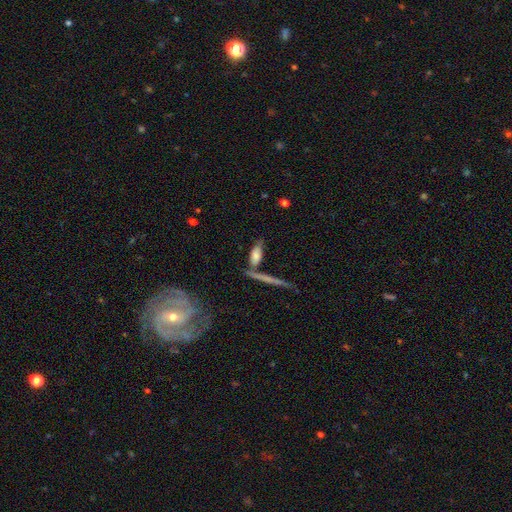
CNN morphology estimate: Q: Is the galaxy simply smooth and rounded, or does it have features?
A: smooth — 65%.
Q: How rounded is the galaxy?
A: in between — 65%.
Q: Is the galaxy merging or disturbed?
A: none — 53%.